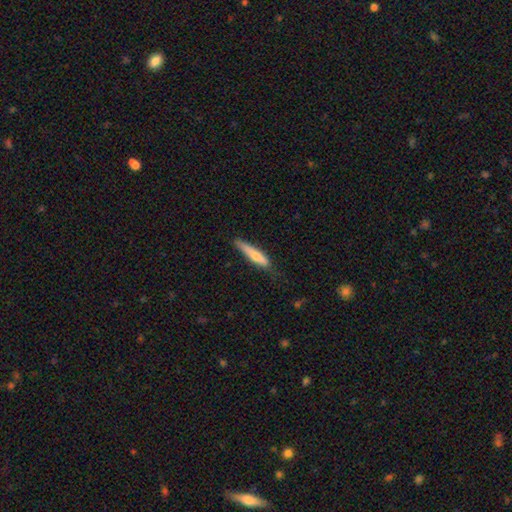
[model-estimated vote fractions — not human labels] The model was most divided on "smooth or featured": smooth: 59%, featured or disk: 35%, star or artifact: 6%. More confident: how rounded — cigar-shaped (88%); merging — none (70%).